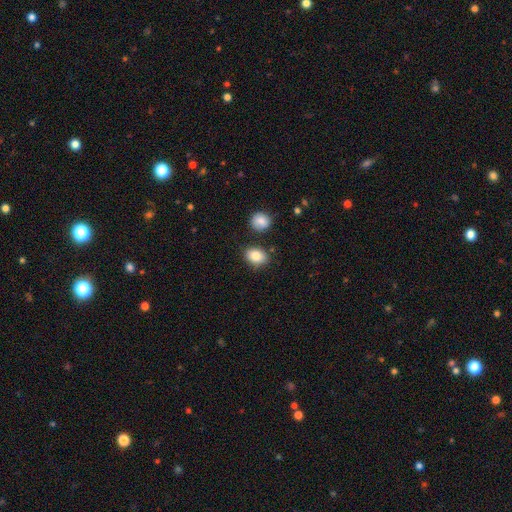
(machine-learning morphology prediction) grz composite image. It shows a smooth galaxy with no disk features (85%) that is in between round and cigar-shaped (74%). Merging: none (79%).